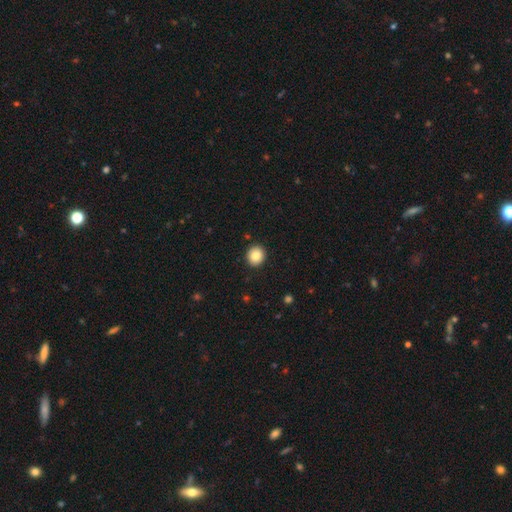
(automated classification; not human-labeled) This appears to be a smooth galaxy with no disk features (85%) that is round (81%). Merging: none (91%).